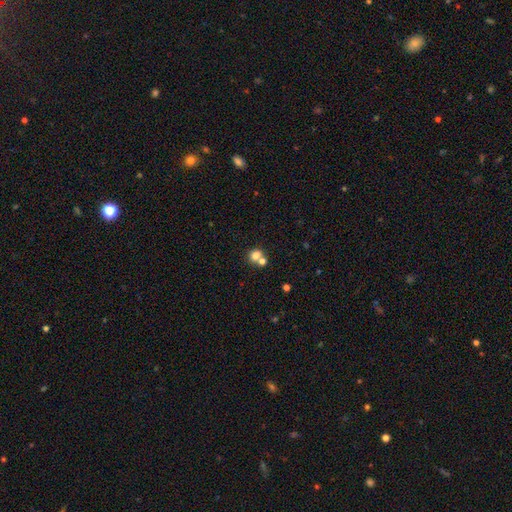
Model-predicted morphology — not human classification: A smooth galaxy with no disk features (75%) that is round (73%).

Vote fractions:
- Smooth or featured? smooth: 75% / star or artifact: 14% / featured or disk: 11%
- How rounded? round: 73% / in between: 26% / cigar-shaped: 1%
- Merging? merger: 44% (tied) / none: 44% (tied) / minor disturbance: 8% / major disturbance: 4%